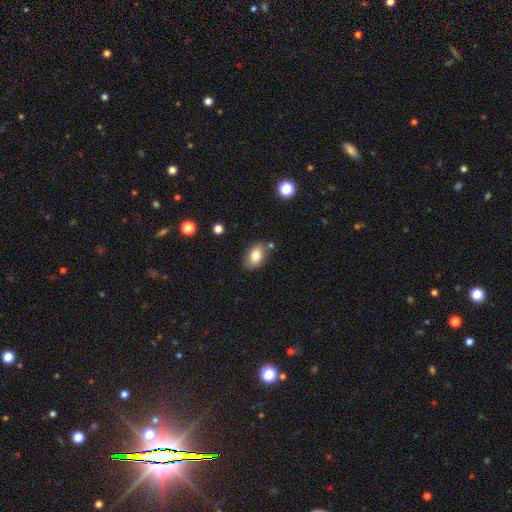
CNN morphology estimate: smooth_or_featured: smooth (p=0.81) [alt: featured or disk p=0.11]
how_rounded: in between (p=0.85) [alt: round p=0.14]
merging: none (p=0.76) [alt: minor disturbance p=0.15]